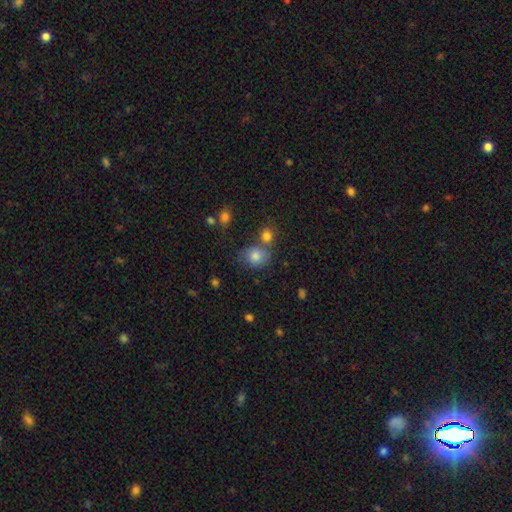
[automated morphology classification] The model was most divided on "merging": none: 58%, merger: 24%, minor disturbance: 14%, major disturbance: 5%. More confident: smooth or featured — smooth (81%); how rounded — round (71%).